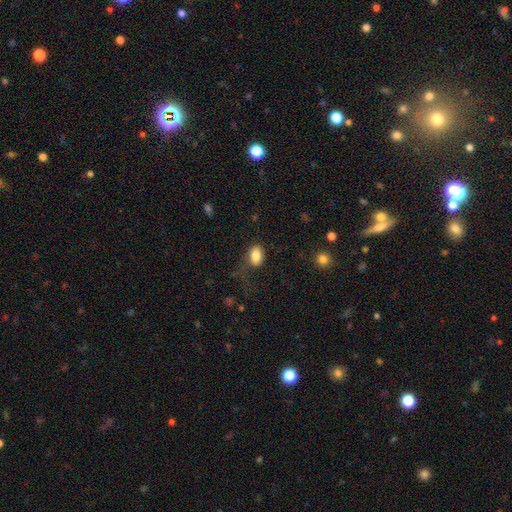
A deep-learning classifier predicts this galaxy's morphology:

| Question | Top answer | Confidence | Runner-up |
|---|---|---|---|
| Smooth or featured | smooth | 83% | featured or disk (9%) |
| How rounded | in between | 86% | round (12%) |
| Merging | none | 60% | minor disturbance (20%) |